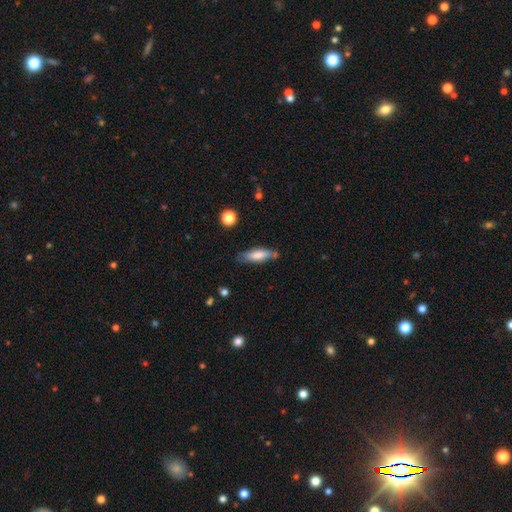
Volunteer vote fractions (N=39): Morphology: type=smooth (69%); roundness=in between (48%, tied with cigar-shaped); merging=none (65%).